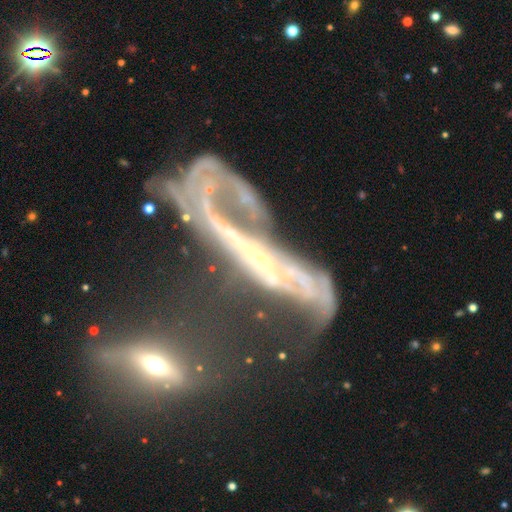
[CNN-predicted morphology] This appears to be a featured or disk galaxy (78%) with no bar (54%), spiral arms (67%) and a small central bulge (58%). Merging: merger (38%, tied with major disturbance).